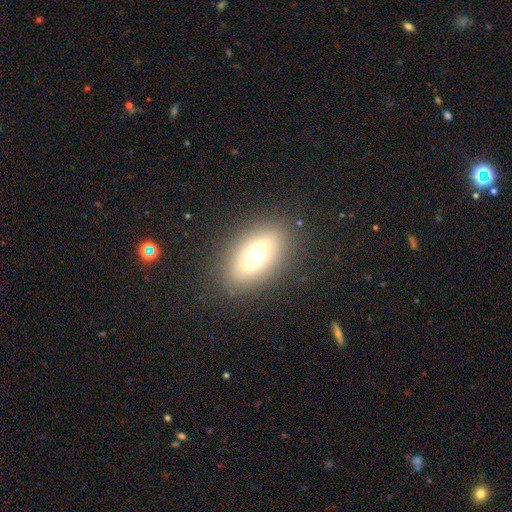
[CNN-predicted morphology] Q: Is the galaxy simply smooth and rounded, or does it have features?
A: smooth — 49%.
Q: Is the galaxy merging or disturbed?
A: none — 84%.